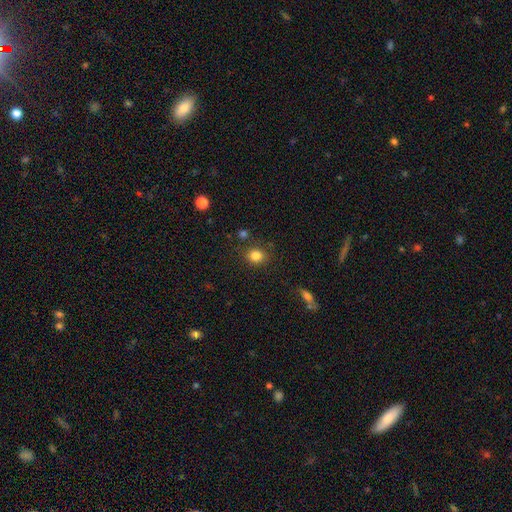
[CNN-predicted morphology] Smooth or featured: smooth — 83% (star or artifact — 11%)
How rounded: round — 77% (in between — 22%)
Merging: none — 83% (minor disturbance — 10%)